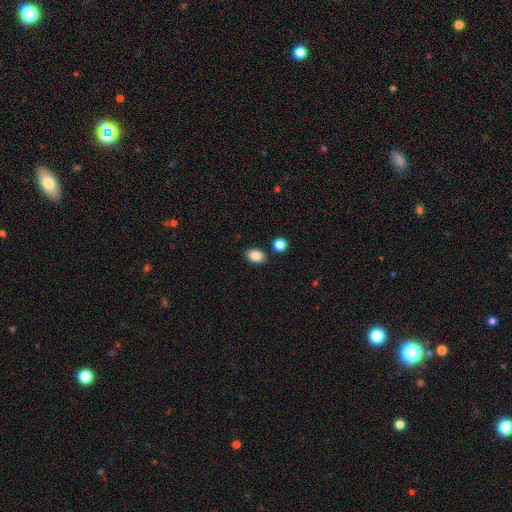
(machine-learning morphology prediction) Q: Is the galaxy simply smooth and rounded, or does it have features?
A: smooth — 87%.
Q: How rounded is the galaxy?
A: in between — 82%.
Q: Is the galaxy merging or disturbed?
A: none — 84%.